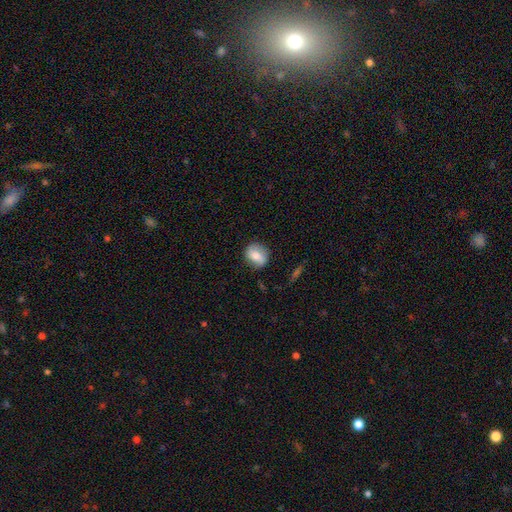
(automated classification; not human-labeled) Overall: smooth (71%). How rounded: round (61%; in between 38%). Merging: none (77%).